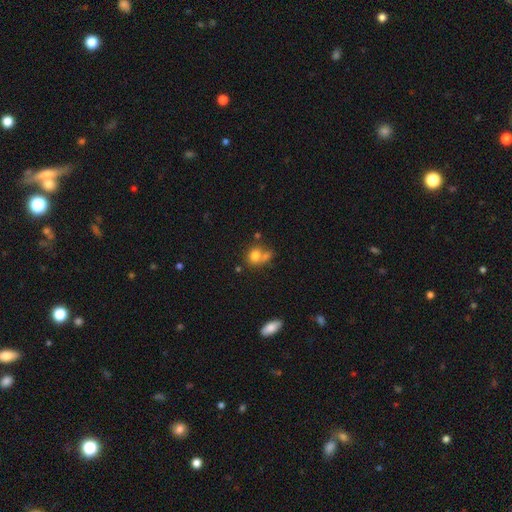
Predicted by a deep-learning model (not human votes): Smooth or featured: smooth — 77% (featured or disk — 12%)
How rounded: round — 70% (in between — 29%)
Merging: none — 44% (merger — 38%)